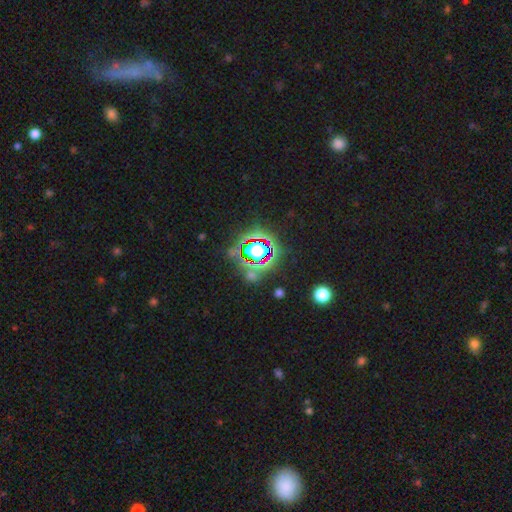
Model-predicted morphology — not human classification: Smooth or featured? Predicted: star or artifact (p=0.78).